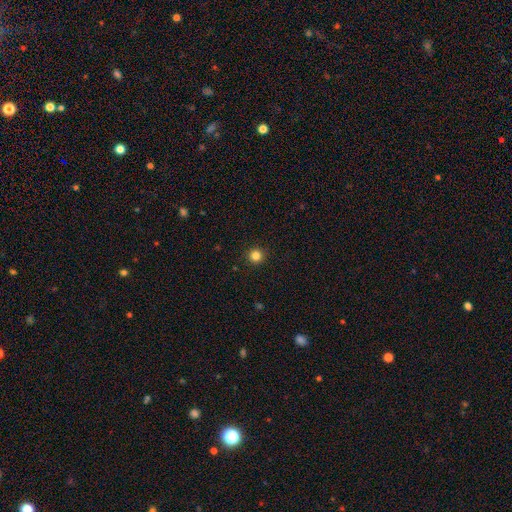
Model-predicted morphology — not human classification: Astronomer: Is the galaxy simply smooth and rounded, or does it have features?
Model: smooth — 83%.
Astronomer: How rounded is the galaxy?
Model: round — 95%.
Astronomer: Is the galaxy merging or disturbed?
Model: none — 93%.